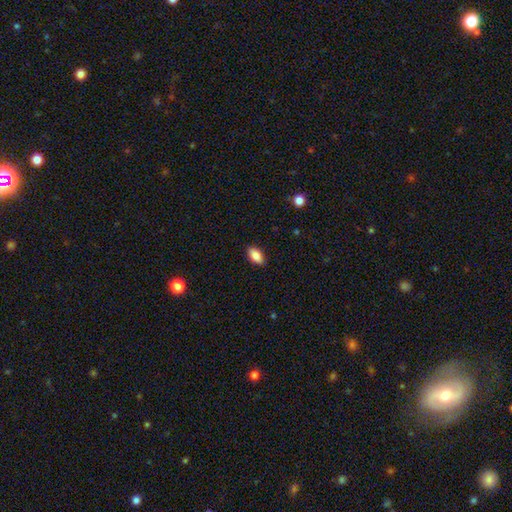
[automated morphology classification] smooth_or_featured: smooth (p=0.85) [alt: featured or disk p=0.08]
how_rounded: in between (p=0.90) [alt: cigar-shaped p=0.06]
merging: none (p=0.89) [alt: minor disturbance p=0.08]